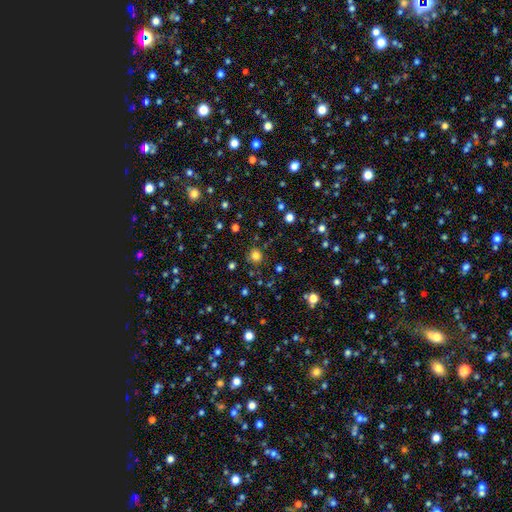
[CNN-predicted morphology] smooth-or-featured: smooth: 79% | star or artifact: 17% | featured or disk: 4%
  how-rounded: round: 91% | in between: 8% | cigar-shaped: 1%
  merging: none: 87% | minor disturbance: 8% | major disturbance: 3% | merger: 2%